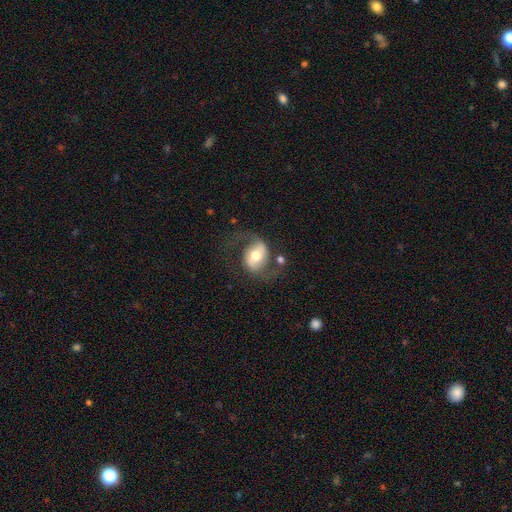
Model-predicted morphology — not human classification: Q: Smooth or featured?
A: featured or disk (65%); runner-up: smooth (28%)
Q: Edge-on disk?
A: no (96%); runner-up: yes (4%)
Q: Bar?
A: no (39%); runner-up: weak (36%)
Q: Spiral arms?
A: yes (84%); runner-up: no (16%)
Q: Spiral winding?
A: loose (54%); runner-up: medium (38%)
Q: Spiral arm count?
A: 2 (85%); runner-up: 1 (8%)
Q: Bulge size?
A: moderate (70%); runner-up: large (16%)
Q: Merging?
A: none (57%); runner-up: major disturbance (20%)